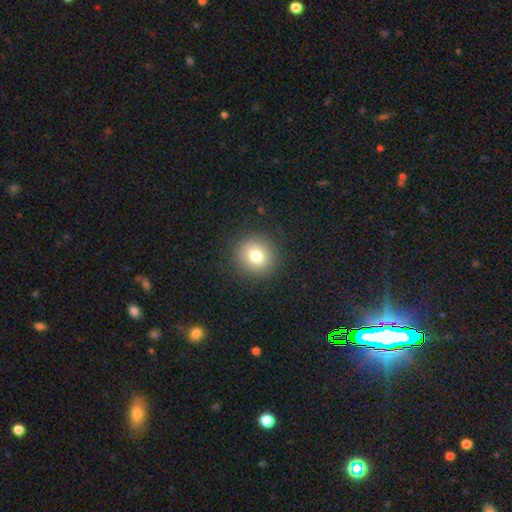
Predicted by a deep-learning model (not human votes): The model was most divided on "smooth or featured": smooth: 78%, star or artifact: 12%, featured or disk: 10%. More confident: how rounded — round (90%); merging — none (89%).